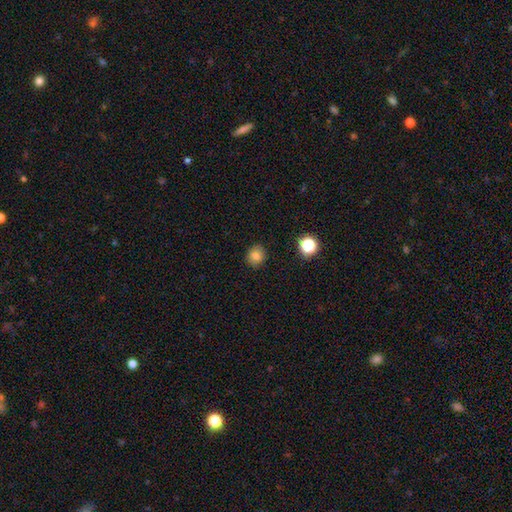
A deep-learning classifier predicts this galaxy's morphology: The model was most divided on "how rounded": round: 79%, in between: 20%, cigar-shaped: 1%. More confident: merging — none (89%); smooth or featured — smooth (80%).